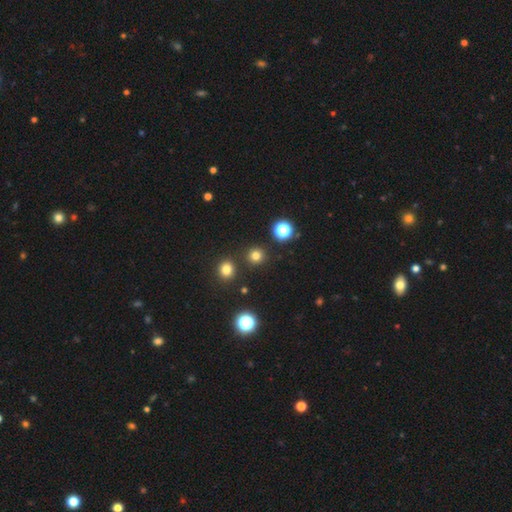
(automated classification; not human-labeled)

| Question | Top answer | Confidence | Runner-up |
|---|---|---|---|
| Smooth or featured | smooth | 75% | star or artifact (19%) |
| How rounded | round | 93% | in between (6%) |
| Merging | none | 87% | minor disturbance (6%) |